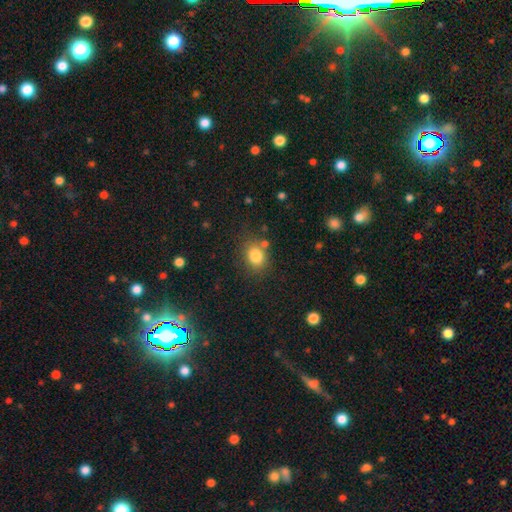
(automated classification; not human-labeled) Smooth or featured? smooth (82%)
How rounded? round (53%)
Merging? none (73%)